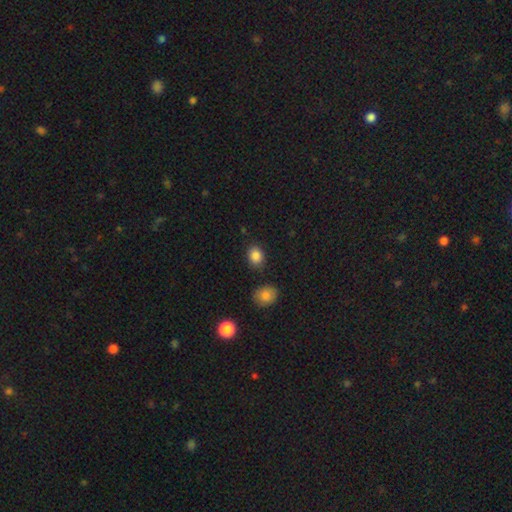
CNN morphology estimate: type=smooth (86%); roundness=in between (53%); merging=none (84%).